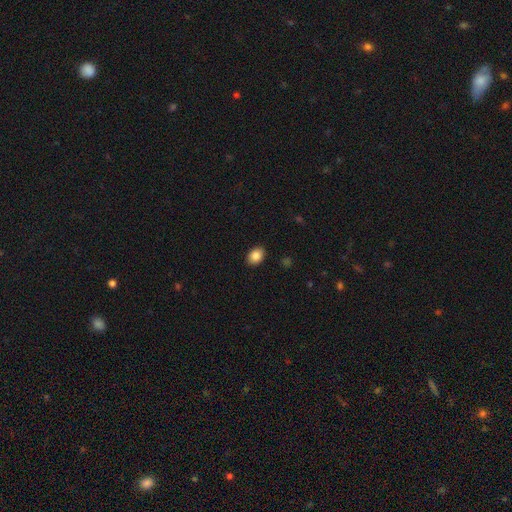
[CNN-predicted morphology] smooth-or-featured: smooth: 87% | star or artifact: 8% | featured or disk: 5%
  how-rounded: in between: 74% | round: 24% | cigar-shaped: 1%
  merging: none: 88% | minor disturbance: 8% | major disturbance: 2% | merger: 1%